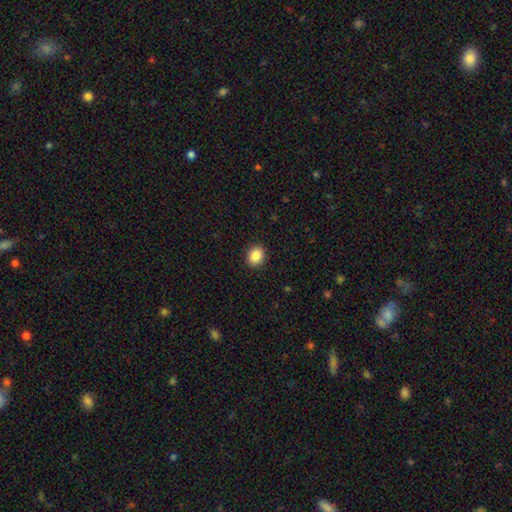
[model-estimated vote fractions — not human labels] smooth_or_featured: smooth (p=0.87) [alt: star or artifact p=0.09]
how_rounded: round (p=0.55) [alt: in between p=0.44]
merging: none (p=0.91) [alt: minor disturbance p=0.07]